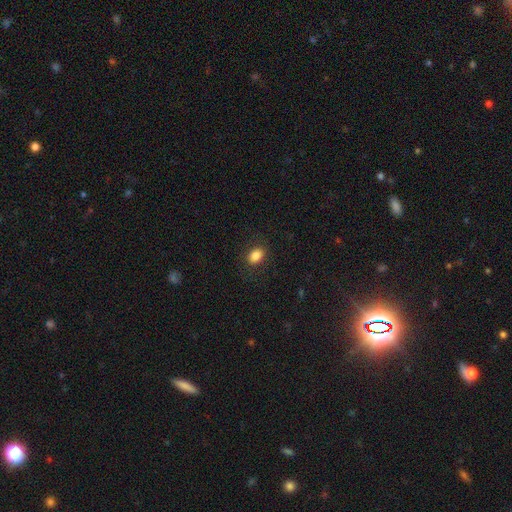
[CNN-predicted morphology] smooth 86%, star or artifact 9%, featured or disk 5%. Down the decision tree: how rounded — in between (77%); merging — none (86%).